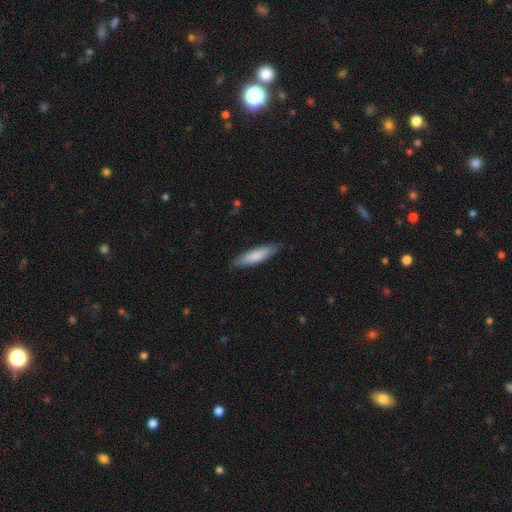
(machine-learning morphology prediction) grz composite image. It shows a smooth galaxy with no disk features (79%) that is cigar-shaped (73%). Merging: none (84%).